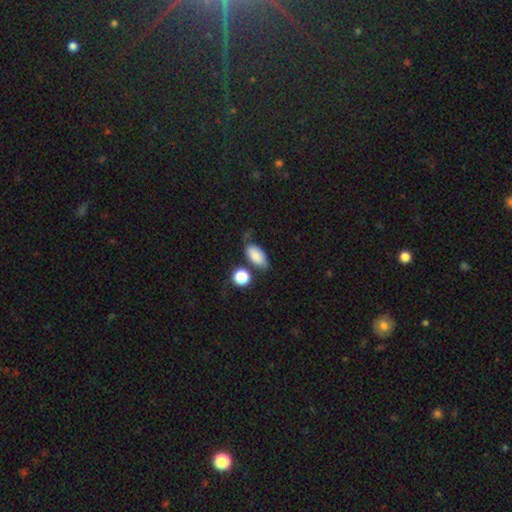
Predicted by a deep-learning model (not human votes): smooth_or_featured: smooth (p=0.83) [alt: featured or disk p=0.09]
how_rounded: in between (p=0.90) [alt: round p=0.06]
merging: none (p=0.61) [alt: minor disturbance p=0.21]